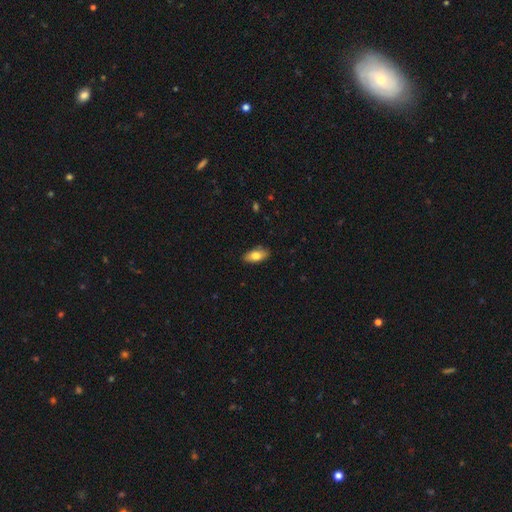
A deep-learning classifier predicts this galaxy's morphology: Q: Smooth or featured?
A: smooth (79%); runner-up: featured or disk (14%)
Q: How rounded?
A: in between (91%); runner-up: cigar-shaped (6%)
Q: Merging?
A: none (87%); runner-up: minor disturbance (10%)